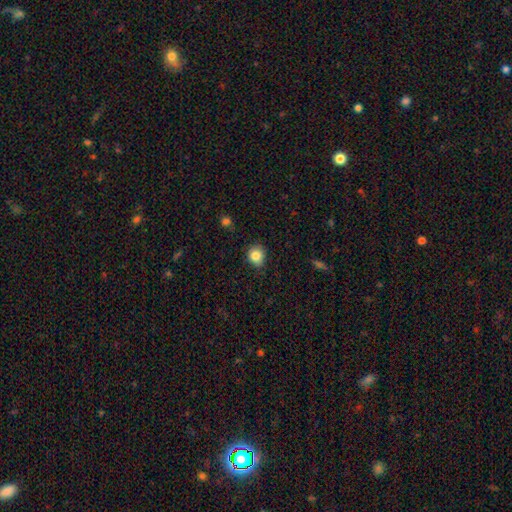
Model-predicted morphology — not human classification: A smooth galaxy with no disk features (83%) that is round (79%).

Vote fractions:
- Smooth or featured? smooth: 83% / star or artifact: 10% / featured or disk: 7%
- How rounded? round: 79% / in between: 20% / cigar-shaped: 1%
- Merging? none: 80% / minor disturbance: 16% / major disturbance: 3% / merger: 1%